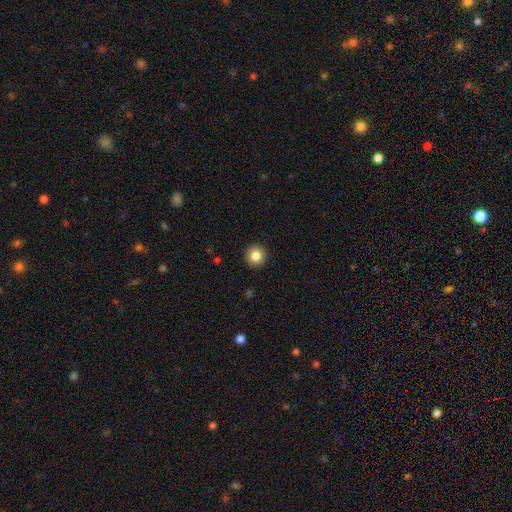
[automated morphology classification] type=smooth (85%); roundness=round (95%); merging=none (92%).